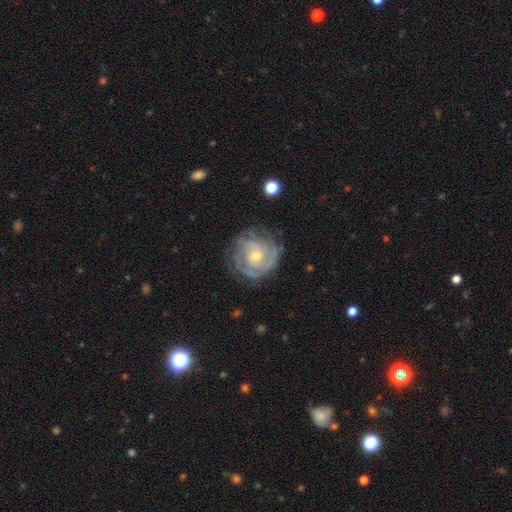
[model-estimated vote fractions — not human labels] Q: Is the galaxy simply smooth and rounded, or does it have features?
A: featured or disk — 83%.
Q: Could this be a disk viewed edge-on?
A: no — 97%.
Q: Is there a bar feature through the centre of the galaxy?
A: no — 75%.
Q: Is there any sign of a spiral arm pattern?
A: yes — 92%.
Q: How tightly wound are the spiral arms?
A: tight — 74%.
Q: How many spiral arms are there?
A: can't tell — 38%.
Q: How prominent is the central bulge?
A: small — 56%.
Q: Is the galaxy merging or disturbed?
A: none — 73%.